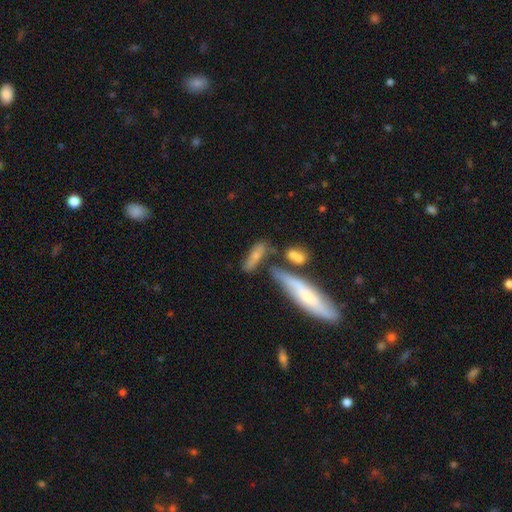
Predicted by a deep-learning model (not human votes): Smooth or featured?
  - smooth: 59% *
  - featured or disk: 32%
  - star or artifact: 9%
How rounded?
  - cigar-shaped: 60% *
  - in between: 36%
  - round: 4%
Merging?
  - none: 47% *
  - merger: 23%
  - minor disturbance: 19%
  - major disturbance: 10%